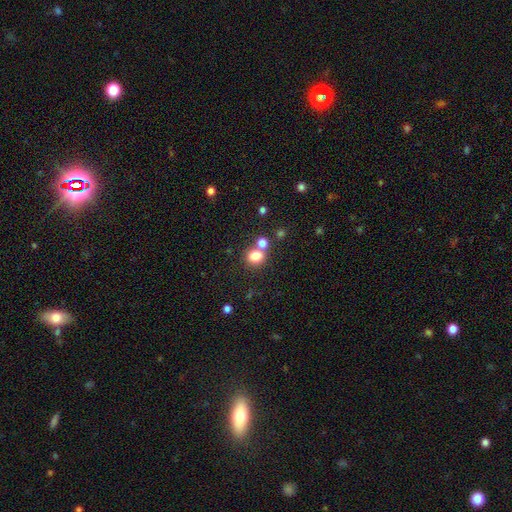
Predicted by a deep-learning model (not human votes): This appears to be a smooth galaxy with no disk features (80%) that is round (76%). Merging: none (60%).